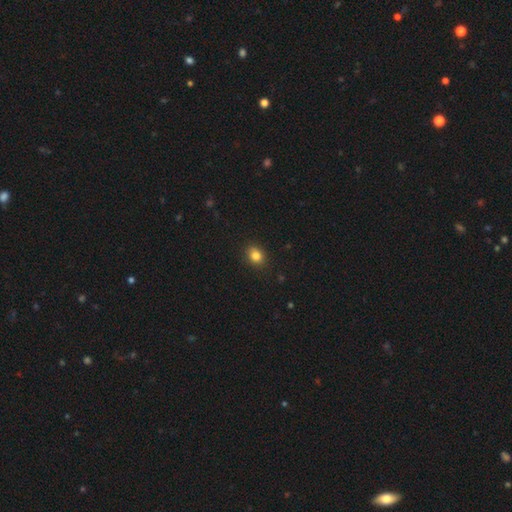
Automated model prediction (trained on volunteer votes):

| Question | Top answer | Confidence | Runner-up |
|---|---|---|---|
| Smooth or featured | smooth | 83% | star or artifact (11%) |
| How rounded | round | 51% | in between (48%) |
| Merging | none | 88% | minor disturbance (9%) |